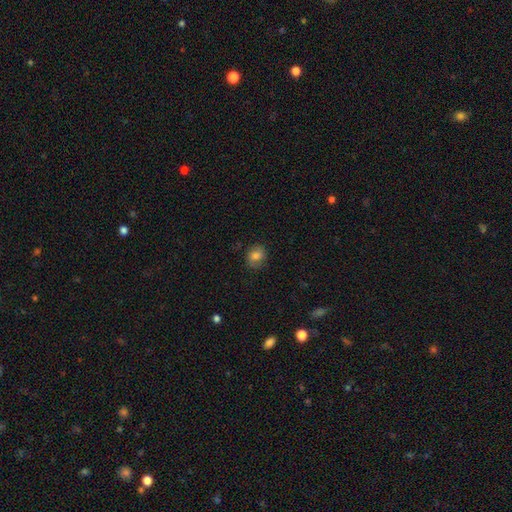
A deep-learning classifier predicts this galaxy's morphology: smooth-or-featured: smooth: 78% | featured or disk: 11% | star or artifact: 11%
  how-rounded: round: 64% | in between: 35% | cigar-shaped: 1%
  merging: none: 80% | minor disturbance: 15% | major disturbance: 4% | merger: 1%